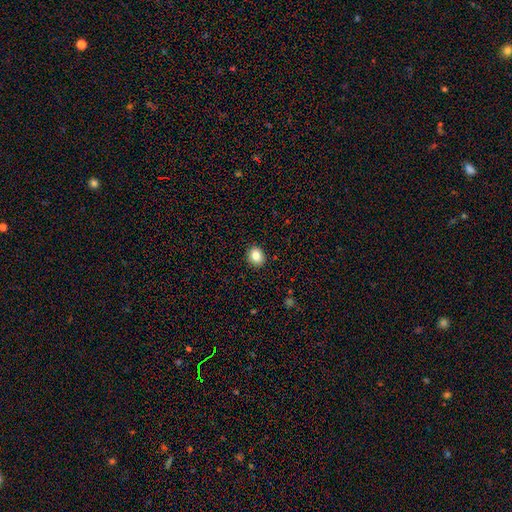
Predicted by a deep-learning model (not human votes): Smooth or featured: smooth — 83% (star or artifact — 10%)
How rounded: round — 59% (in between — 40%)
Merging: none — 90% (minor disturbance — 7%)